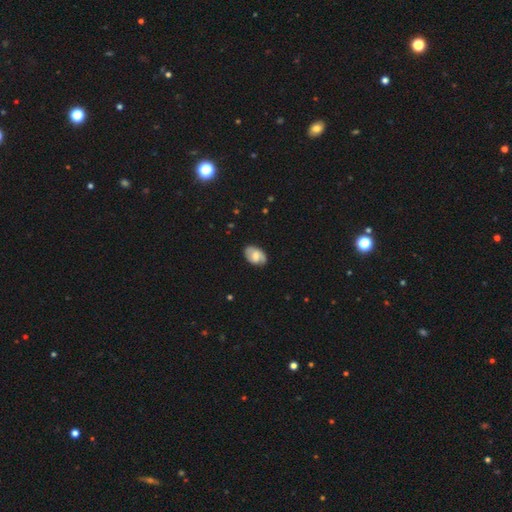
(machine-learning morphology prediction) Smooth or featured: smooth — 48% (featured or disk — 44%)
Merging: none — 77% (minor disturbance — 18%)